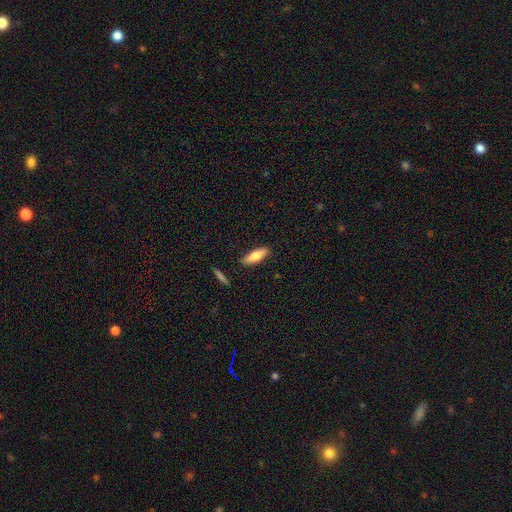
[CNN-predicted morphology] smooth-or-featured: smooth: 73% | featured or disk: 21% | star or artifact: 6%
  how-rounded: in between: 51% | cigar-shaped: 47% | round: 2%
  merging: none: 86% | minor disturbance: 10% | major disturbance: 2% | merger: 2%